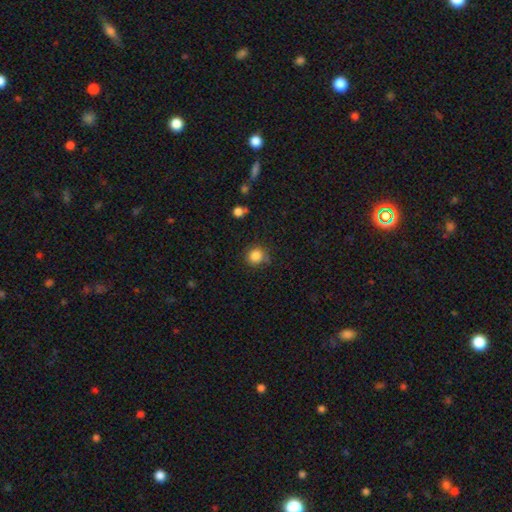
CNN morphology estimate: Smooth or featured?
  - smooth: 85% *
  - star or artifact: 10%
  - featured or disk: 4%
How rounded?
  - round: 89% *
  - in between: 10%
  - cigar-shaped: 1%
Merging?
  - none: 78% *
  - minor disturbance: 15%
  - major disturbance: 4%
  - merger: 3%